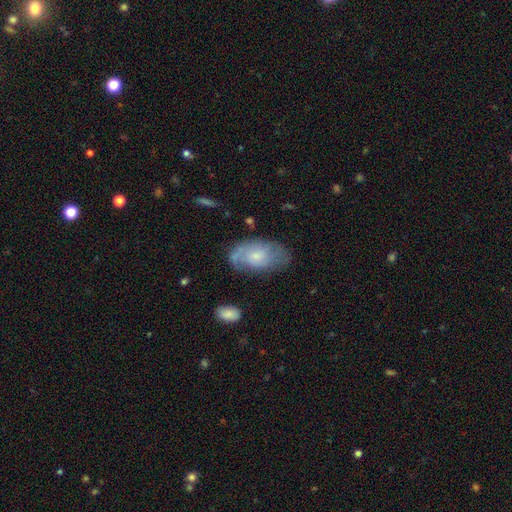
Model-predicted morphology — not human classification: Smooth or featured? Predicted: featured or disk (p=0.49). Merging? Predicted: none (p=0.66).